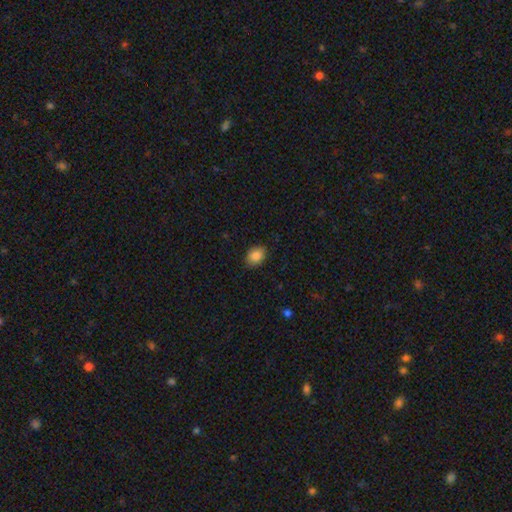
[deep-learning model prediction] Smooth or featured: smooth — 87% (star or artifact — 8%)
How rounded: in between — 68% (round — 31%)
Merging: none — 83% (minor disturbance — 13%)